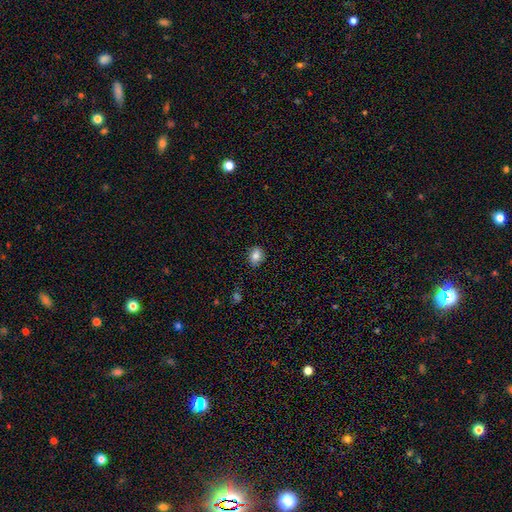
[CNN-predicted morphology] Smooth or featured?
  - smooth: 83% *
  - star or artifact: 9%
  - featured or disk: 8%
How rounded?
  - in between: 57% *
  - round: 41%
  - cigar-shaped: 1%
Merging?
  - none: 83% *
  - minor disturbance: 13%
  - major disturbance: 2%
  - merger: 1%